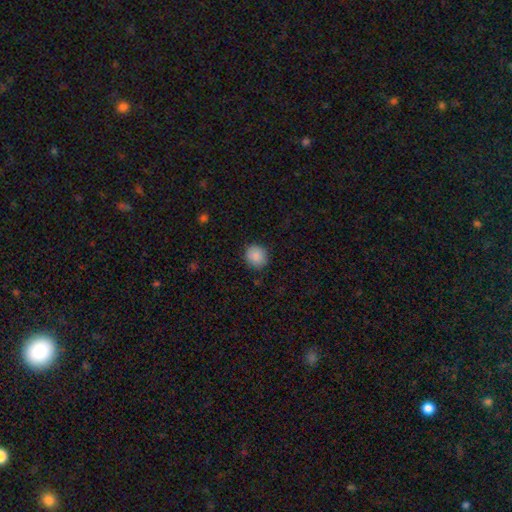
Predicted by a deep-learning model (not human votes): Smooth or featured?
  - smooth: 88% *
  - star or artifact: 8%
  - featured or disk: 3%
How rounded?
  - round: 84% *
  - in between: 15%
  - cigar-shaped: 1%
Merging?
  - none: 88% *
  - minor disturbance: 9%
  - major disturbance: 2%
  - merger: 1%